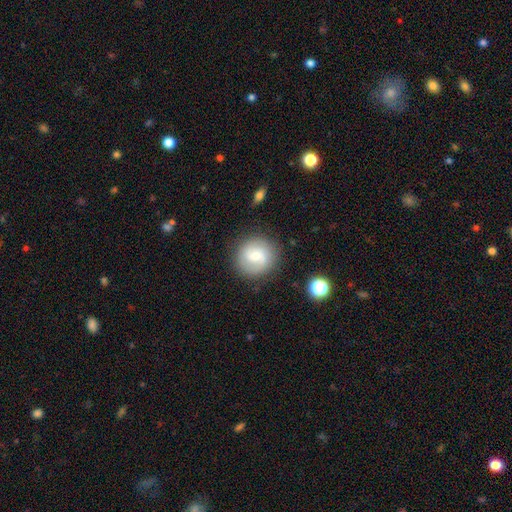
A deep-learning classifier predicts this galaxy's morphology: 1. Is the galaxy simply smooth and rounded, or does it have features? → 50% featured or disk, 42% smooth, 8% star or artifact.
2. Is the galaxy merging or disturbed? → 84% none, 10% minor disturbance, 4% major disturbance, 2% merger.